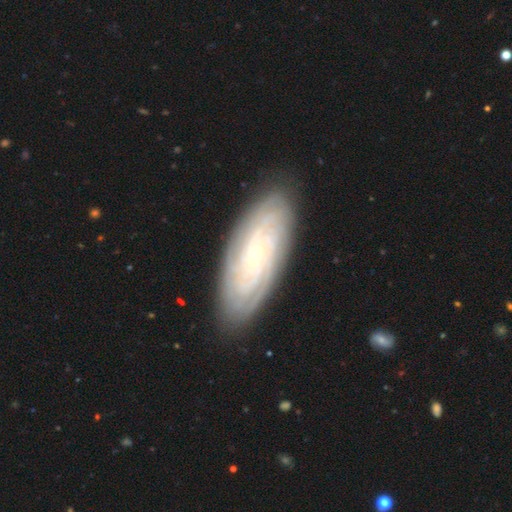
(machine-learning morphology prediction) type=featured or disk (80%); edge-on=no (92%); bar=no (76%); spiral arms=yes (95%); winding=tight (82%); arm count=can't tell (37%); bulge=small (86%); merging=none (85%).